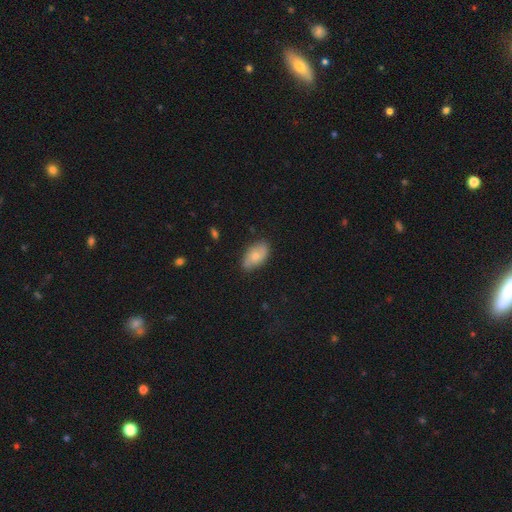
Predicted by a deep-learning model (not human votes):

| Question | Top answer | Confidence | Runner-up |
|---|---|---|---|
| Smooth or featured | smooth | 65% | featured or disk (29%) |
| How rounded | in between | 93% | round (5%) |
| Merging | none | 77% | minor disturbance (18%) |